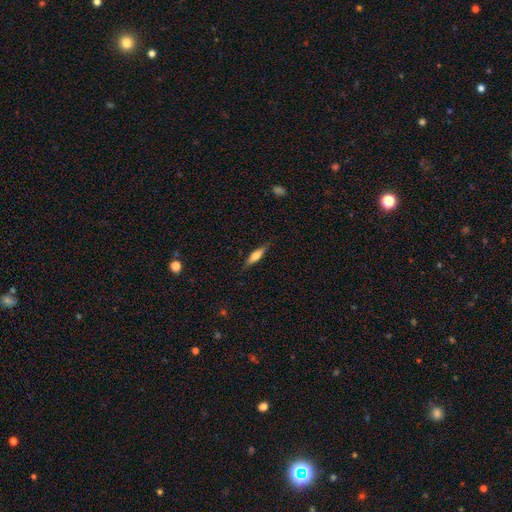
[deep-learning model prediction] Smooth or featured?
  - smooth: 52% *
  - featured or disk: 42%
  - star or artifact: 7%
How rounded?
  - cigar-shaped: 66% *
  - in between: 31%
  - round: 2%
Merging?
  - none: 85% *
  - minor disturbance: 12%
  - major disturbance: 2%
  - merger: 1%